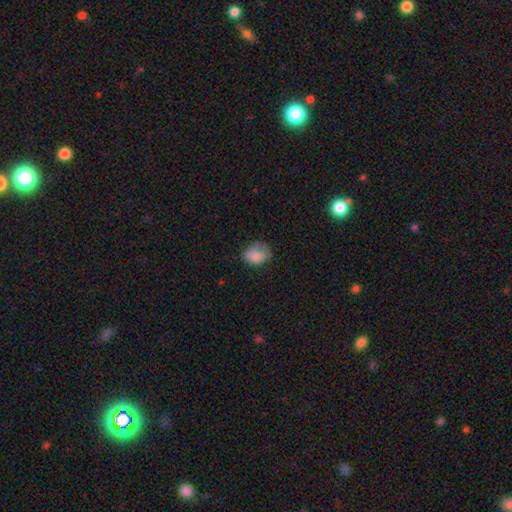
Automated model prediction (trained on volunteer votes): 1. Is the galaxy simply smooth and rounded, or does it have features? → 83% smooth, 9% star or artifact, 9% featured or disk.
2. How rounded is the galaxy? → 50% in between, 49% round, 1% cigar-shaped.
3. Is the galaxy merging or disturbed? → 56% none, 31% minor disturbance, 12% major disturbance, 2% merger.